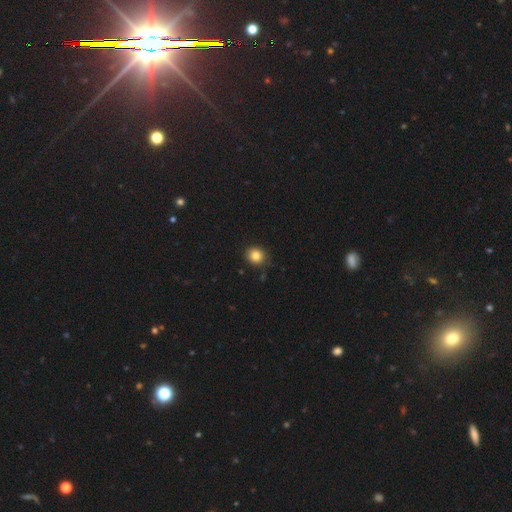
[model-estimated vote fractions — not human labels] The model was most divided on "how rounded": round: 77%, in between: 22%, cigar-shaped: 1%. More confident: merging — none (86%); smooth or featured — smooth (85%).